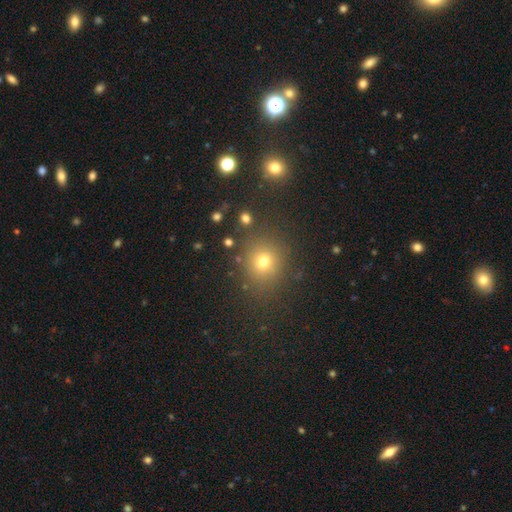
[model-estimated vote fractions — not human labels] This is likely a smooth galaxy (66%). How rounded: clearly round (82%). Merging: clearly none (85%).